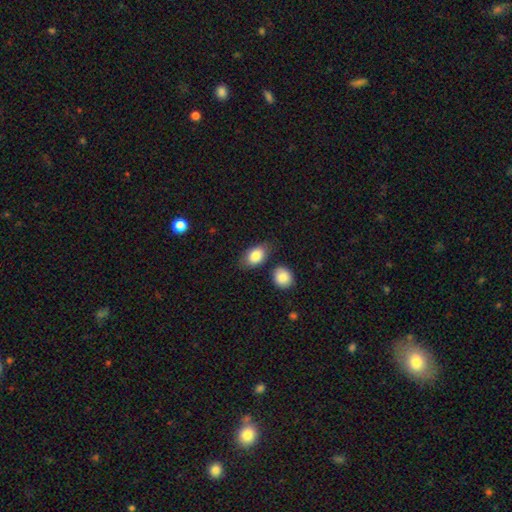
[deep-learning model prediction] Smooth or featured? Predicted: smooth (p=0.84). How rounded? Predicted: in between (p=0.86). Merging? Predicted: none (p=0.71).